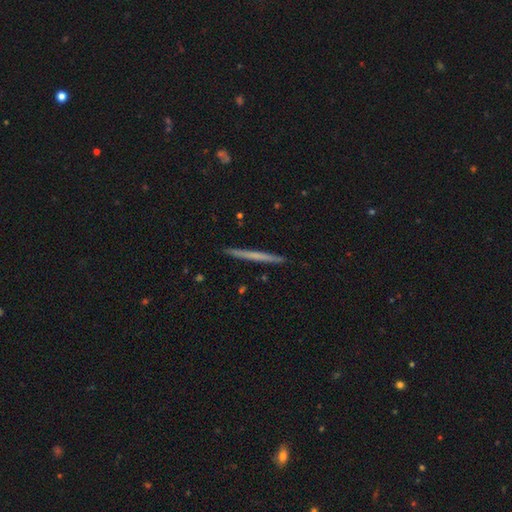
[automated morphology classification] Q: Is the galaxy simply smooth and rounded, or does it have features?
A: smooth — 49%.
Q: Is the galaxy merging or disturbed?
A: none — 93%.